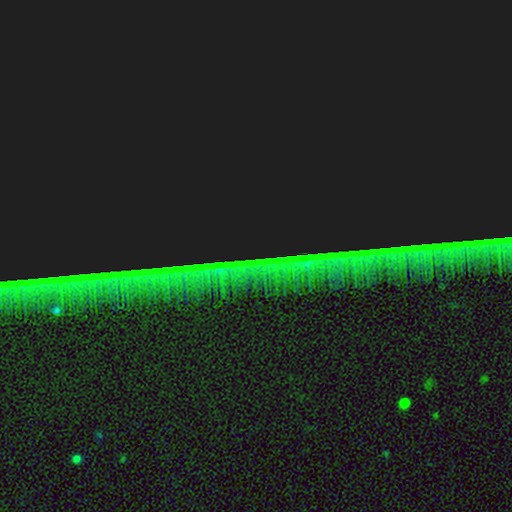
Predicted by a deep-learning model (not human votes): Smooth or featured? star or artifact (87%)